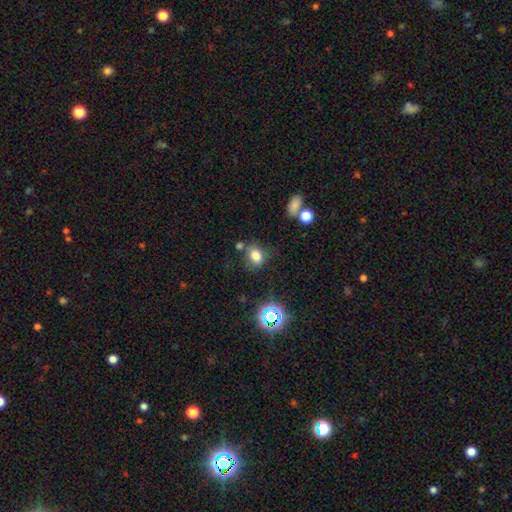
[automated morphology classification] Smooth or featured?
  - smooth: 76% *
  - star or artifact: 15%
  - featured or disk: 8%
How rounded?
  - in between: 61% *
  - round: 38%
  - cigar-shaped: 1%
Merging?
  - none: 66% *
  - minor disturbance: 17%
  - merger: 11%
  - major disturbance: 6%